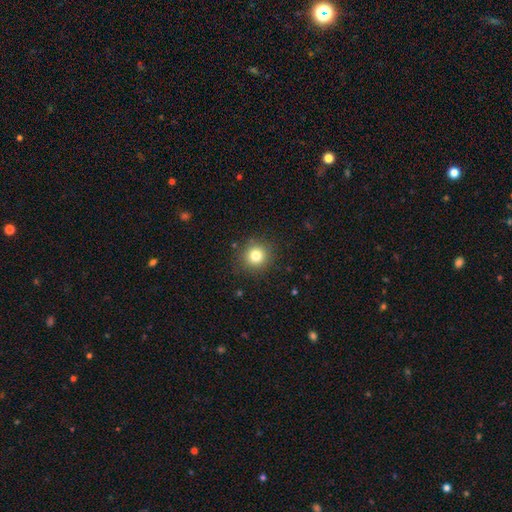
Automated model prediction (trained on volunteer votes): This is clearly a smooth galaxy (80%). How rounded: clearly round (92%). Merging: clearly none (88%).